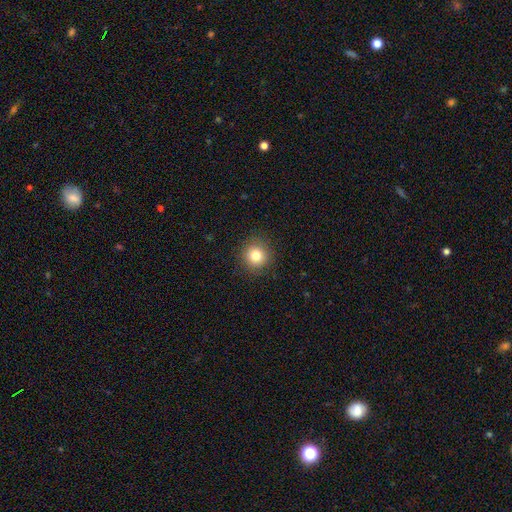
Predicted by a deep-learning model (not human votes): A smooth galaxy with no disk features (80%) that is round (93%).

Vote fractions:
- Smooth or featured? smooth: 80% / star or artifact: 12% / featured or disk: 8%
- How rounded? round: 93% / in between: 6% / cigar-shaped: 1%
- Merging? none: 90% / minor disturbance: 6% / major disturbance: 2% / merger: 1%